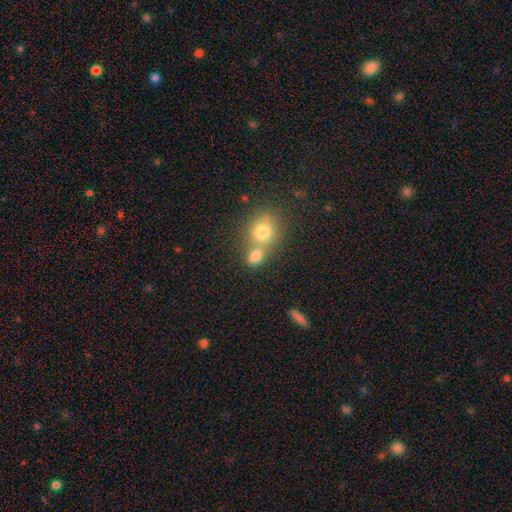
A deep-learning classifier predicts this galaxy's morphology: The model was most divided on "how rounded": in between: 53%, round: 45%, cigar-shaped: 2%. Remaining: smooth or featured — smooth (79%); merging — merger (49%).